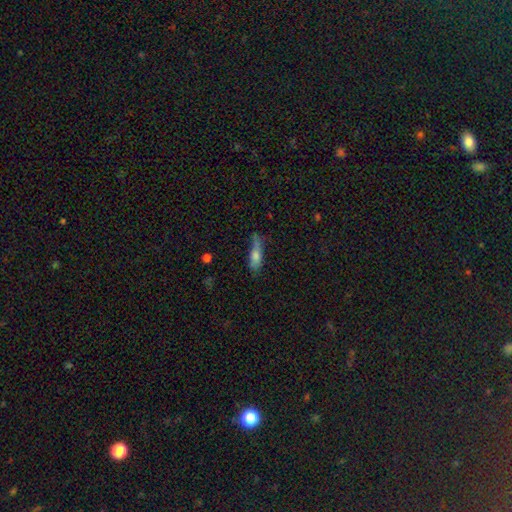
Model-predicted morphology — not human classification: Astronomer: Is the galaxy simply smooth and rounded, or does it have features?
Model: smooth — 67%.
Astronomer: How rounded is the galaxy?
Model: cigar-shaped — 55% (runner-up: in between, 42%).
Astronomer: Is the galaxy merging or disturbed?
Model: none — 47% (runner-up: minor disturbance, 33%).